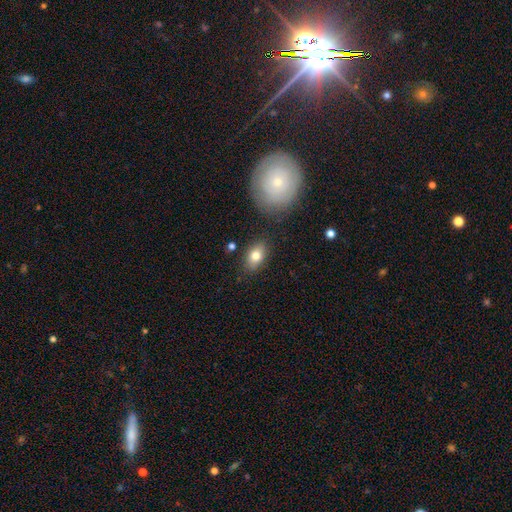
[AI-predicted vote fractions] This appears to be a smooth galaxy with no disk features (77%) that is in between round and cigar-shaped (85%). Merging: none (81%).